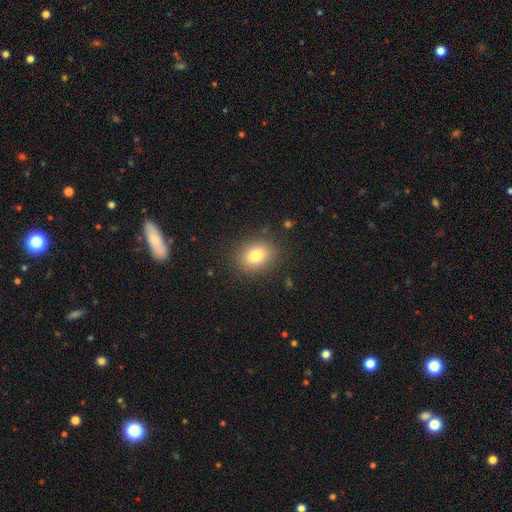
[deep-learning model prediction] A smooth galaxy with no disk features (81%) that is in between round and cigar-shaped (54%).

Vote fractions:
- Smooth or featured? smooth: 81% / star or artifact: 10% / featured or disk: 9%
- How rounded? in between: 54% / round: 45% / cigar-shaped: 1%
- Merging? none: 86% / minor disturbance: 9% / major disturbance: 3% / merger: 1%